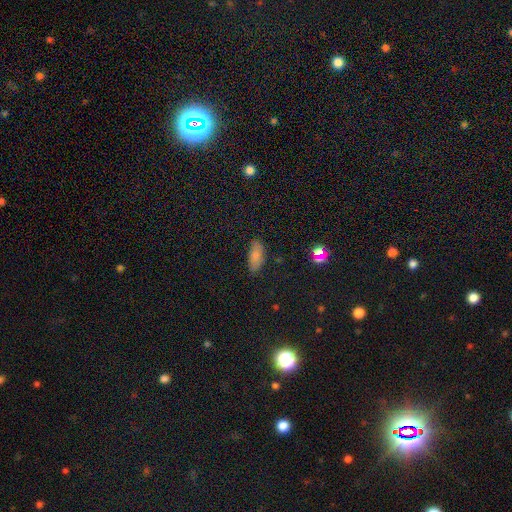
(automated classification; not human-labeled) smooth-or-featured: smooth: 81% | star or artifact: 11% | featured or disk: 8%
  how-rounded: in between: 84% | cigar-shaped: 14% | round: 3%
  merging: none: 79% | minor disturbance: 16% | major disturbance: 4% | merger: 2%